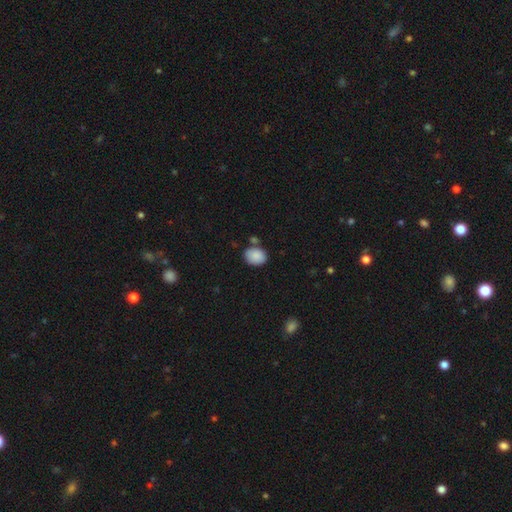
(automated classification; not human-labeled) Smooth or featured: smooth — 88% (star or artifact — 8%)
How rounded: in between — 65% (round — 34%)
Merging: none — 69% (minor disturbance — 16%)